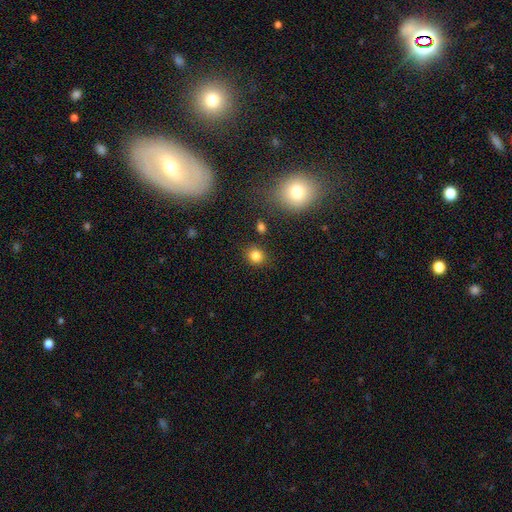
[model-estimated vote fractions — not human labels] Smooth or featured? smooth (83%)
How rounded? round (78%)
Merging? none (85%)